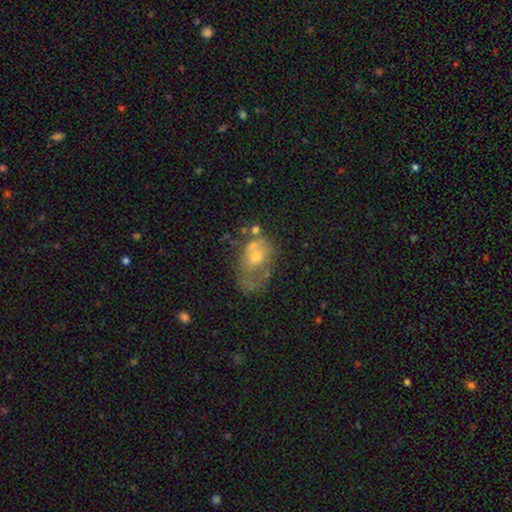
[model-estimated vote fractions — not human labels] Smooth or featured? Predicted: smooth (p=0.46). Merging? Predicted: major disturbance (p=0.36).